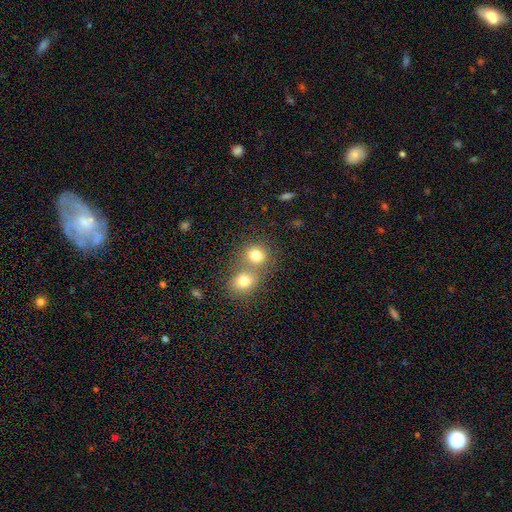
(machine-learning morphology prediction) type=smooth (79%); roundness=round (76%); merging=merger (49%).